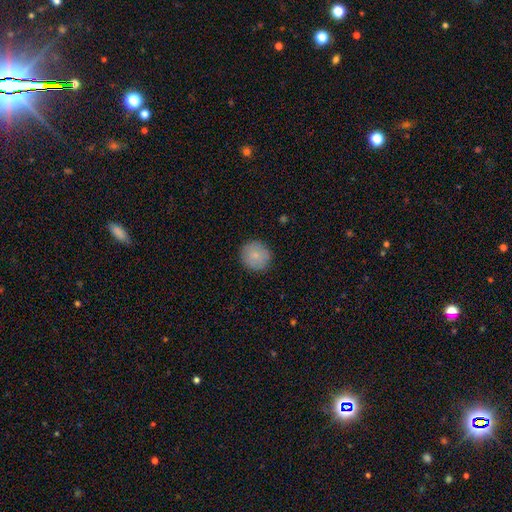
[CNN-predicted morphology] The model was most divided on "smooth or featured": smooth: 83%, featured or disk: 10%, star or artifact: 7%. More confident: how rounded — round (94%); merging — none (89%).